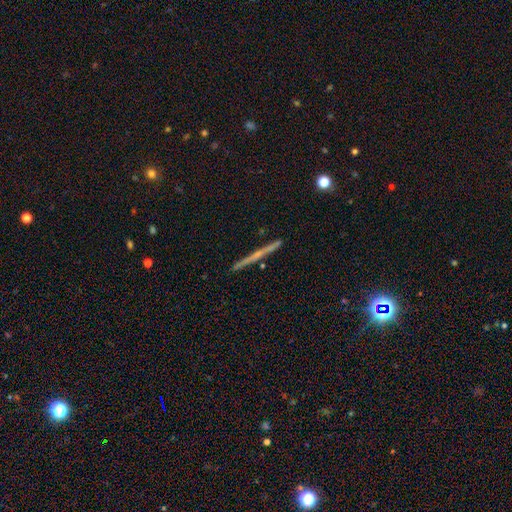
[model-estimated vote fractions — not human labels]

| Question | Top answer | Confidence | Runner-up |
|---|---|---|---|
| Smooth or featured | featured or disk | 59% | smooth (34%) |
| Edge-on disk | yes | 98% | no (2%) |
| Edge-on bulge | none | 78% | rounded (17%) |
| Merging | none | 91% | minor disturbance (6%) |